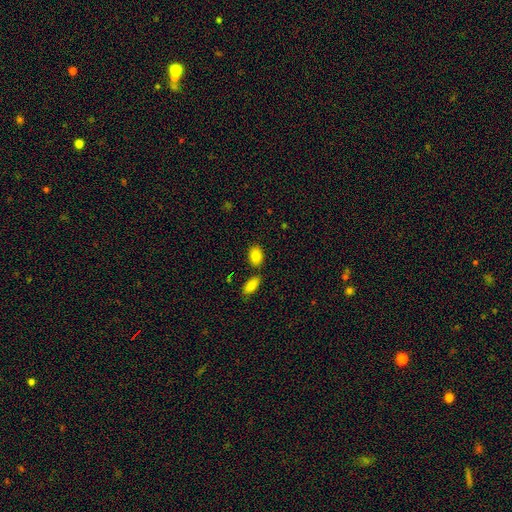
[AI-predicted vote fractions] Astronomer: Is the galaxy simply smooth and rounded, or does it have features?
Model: smooth — 86%.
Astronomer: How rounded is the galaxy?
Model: in between — 81%.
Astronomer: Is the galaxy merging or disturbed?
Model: none — 76%.